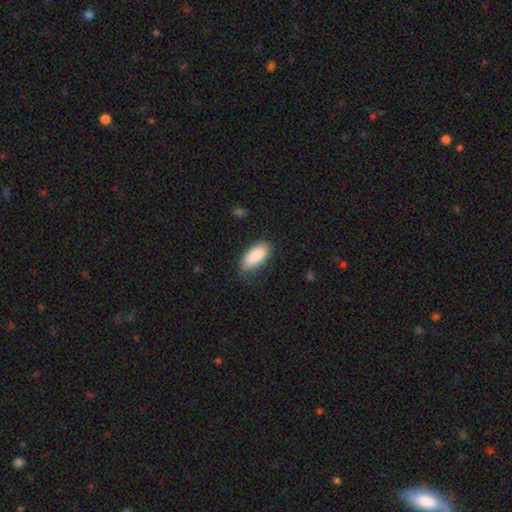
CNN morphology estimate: Q: Smooth or featured?
A: smooth (88%); runner-up: star or artifact (6%)
Q: How rounded?
A: in between (88%); runner-up: cigar-shaped (10%)
Q: Merging?
A: none (73%); runner-up: minor disturbance (21%)